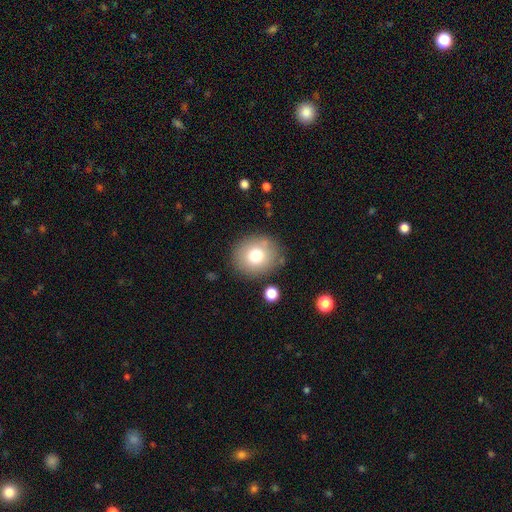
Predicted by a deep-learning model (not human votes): Morphology: type=smooth (75%); roundness=round (81%); merging=none (84%).